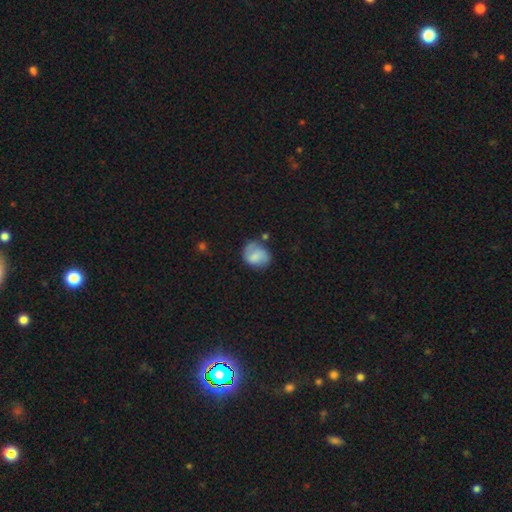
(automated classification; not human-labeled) This appears to be a smooth galaxy with no disk features (64%) that is round (57%). Merging: none (50%).